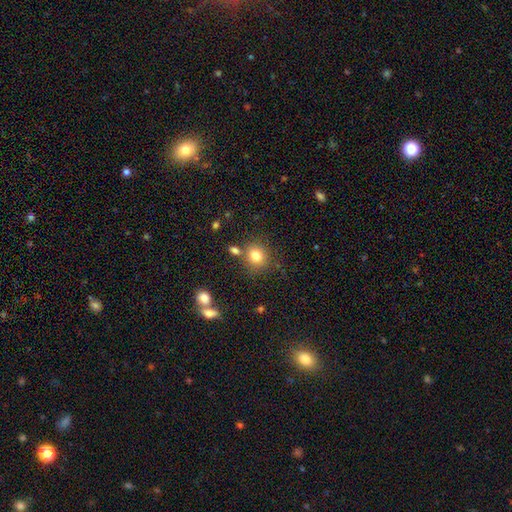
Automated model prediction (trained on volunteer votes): The model was most divided on "how rounded": round: 79%, in between: 20%, cigar-shaped: 1%. More confident: smooth or featured — smooth (80%); merging — none (73%).